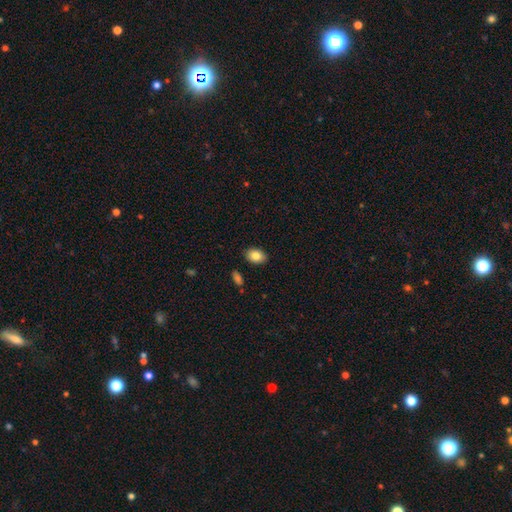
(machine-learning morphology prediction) Smooth or featured? smooth (84%)
How rounded? in between (83%)
Merging? none (88%)